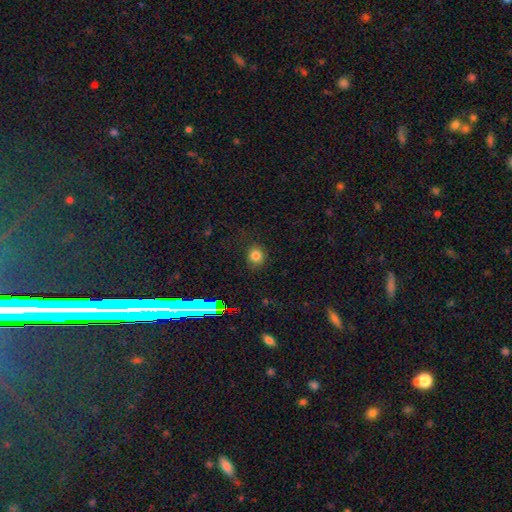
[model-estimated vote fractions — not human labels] smooth-or-featured: smooth: 77% | star or artifact: 16% | featured or disk: 7%
  how-rounded: round: 77% | in between: 22% | cigar-shaped: 1%
  merging: none: 81% | minor disturbance: 12% | major disturbance: 5% | merger: 1%